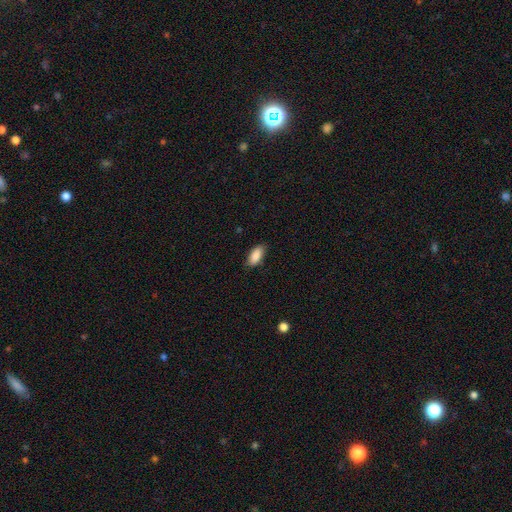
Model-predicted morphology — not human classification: smooth_or_featured: smooth (p=0.89) [alt: star or artifact p=0.07]
how_rounded: in between (p=0.89) [alt: cigar-shaped p=0.09]
merging: none (p=0.82) [alt: minor disturbance p=0.14]